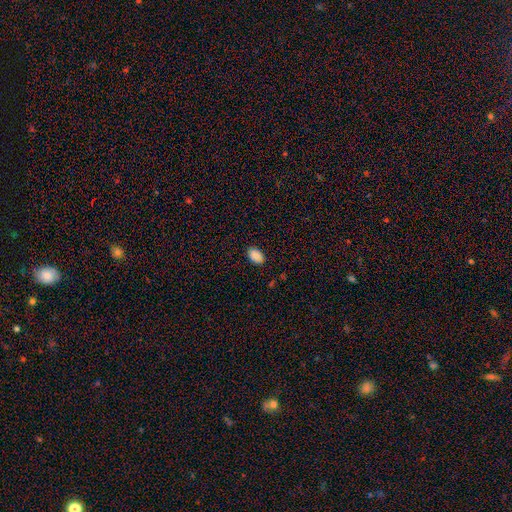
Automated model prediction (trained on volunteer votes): A smooth galaxy with no disk features (88%) that is in between round and cigar-shaped (90%). Merging: none (87%).